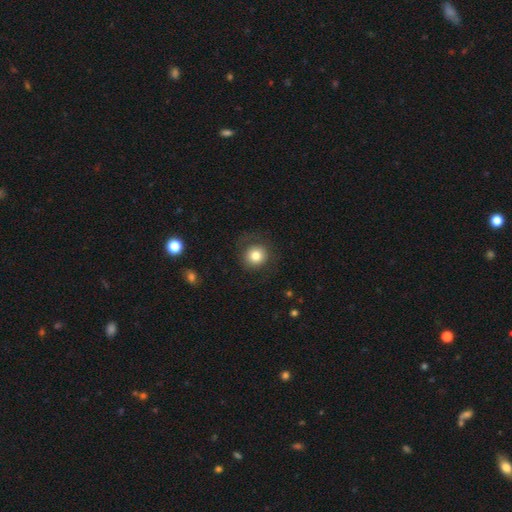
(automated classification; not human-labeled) A smooth galaxy with no disk features (79%) that is round (90%).

Vote fractions:
- Smooth or featured? smooth: 79% / featured or disk: 11% / star or artifact: 10%
- How rounded? round: 90% / in between: 9% / cigar-shaped: 1%
- Merging? none: 76% / minor disturbance: 13% / major disturbance: 10% / merger: 1%